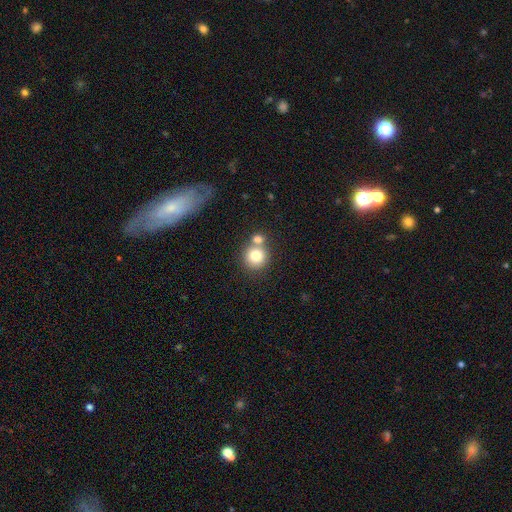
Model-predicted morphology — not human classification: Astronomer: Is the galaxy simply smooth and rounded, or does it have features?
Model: smooth — 80%.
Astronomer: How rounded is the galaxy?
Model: round — 90%.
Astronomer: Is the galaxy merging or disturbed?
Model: none — 55% (runner-up: merger, 34%).